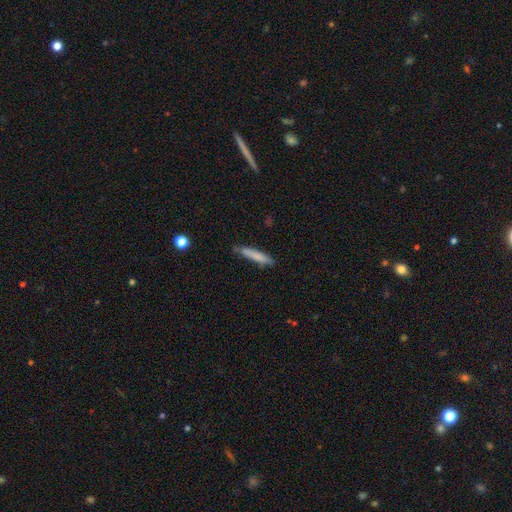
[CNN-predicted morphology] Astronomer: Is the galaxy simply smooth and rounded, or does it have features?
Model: smooth — 75%.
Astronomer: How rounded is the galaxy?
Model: cigar-shaped — 91%.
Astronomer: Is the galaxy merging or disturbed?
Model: none — 77%.